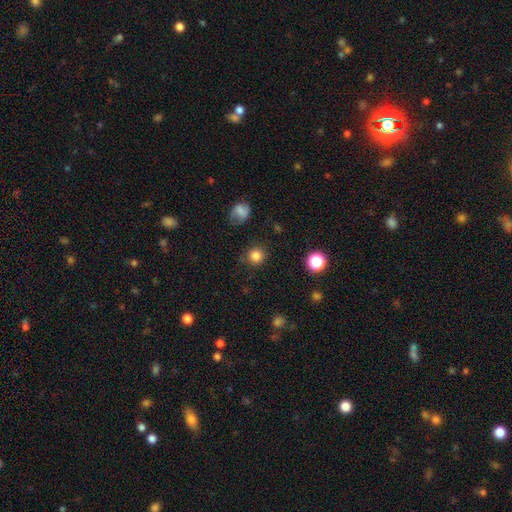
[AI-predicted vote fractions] Smooth or featured?
  - smooth: 83% *
  - star or artifact: 13%
  - featured or disk: 4%
How rounded?
  - round: 91% *
  - in between: 8%
  - cigar-shaped: 1%
Merging?
  - none: 83% *
  - minor disturbance: 11%
  - major disturbance: 4%
  - merger: 2%